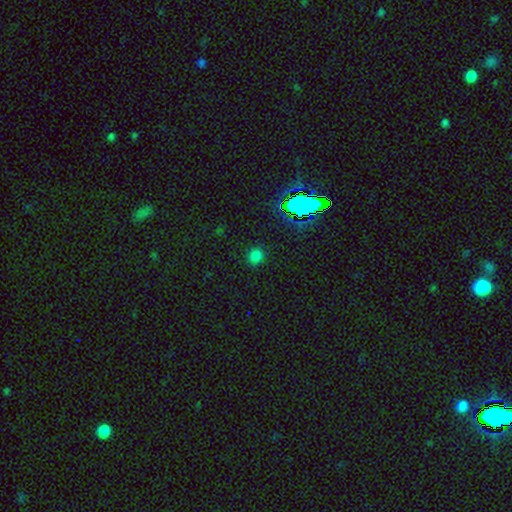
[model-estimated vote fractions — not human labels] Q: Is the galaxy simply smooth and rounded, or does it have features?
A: smooth — 73%.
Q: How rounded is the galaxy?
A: round — 81%.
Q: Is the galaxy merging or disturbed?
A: none — 88%.